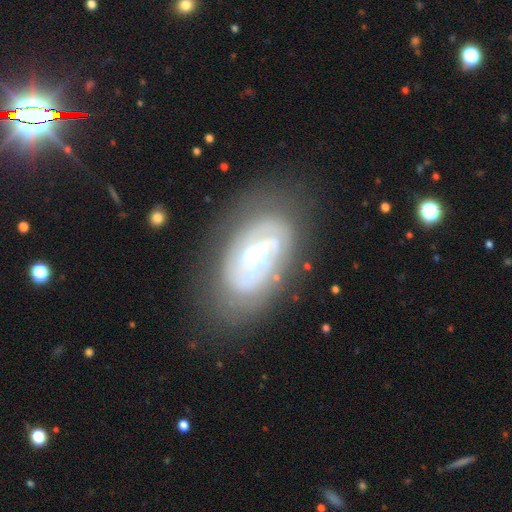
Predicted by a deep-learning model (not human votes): This is likely a featured or disk galaxy (79%). It is clearly not viewed edge-on (93%). Bar: possibly strong (45%). Spiral arm pattern: clearly yes (82%). Spiral arm count: marginally 2 (41%). Spiral winding: possibly tight (58%). Central bulge: possibly moderate (48%). Merging: likely none (65%).